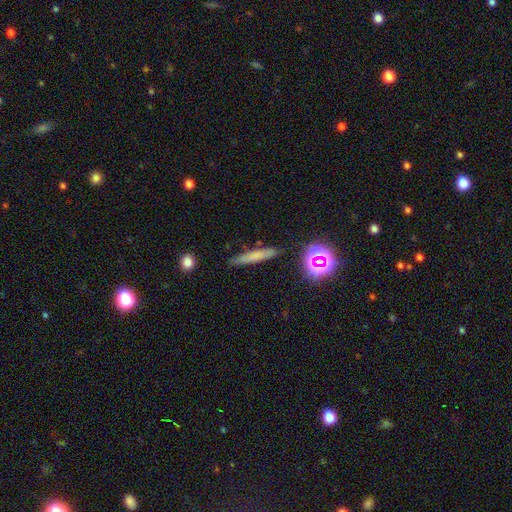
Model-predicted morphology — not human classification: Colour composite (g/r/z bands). It shows a smooth galaxy with no disk features (65%) that is cigar-shaped (89%). Merging: none (86%).